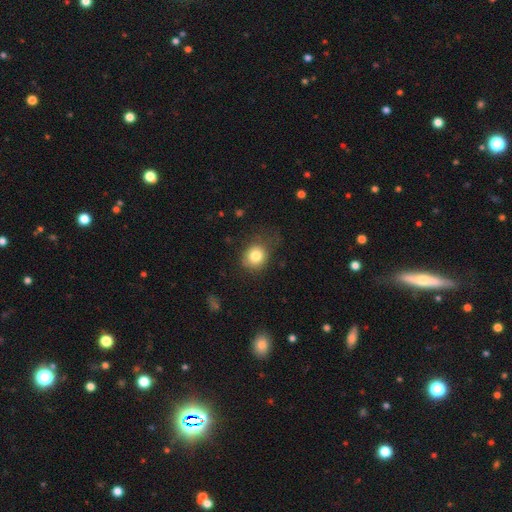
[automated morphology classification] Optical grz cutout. It shows a smooth galaxy with no disk features (81%) that is round (71%). Merging: none (64%).